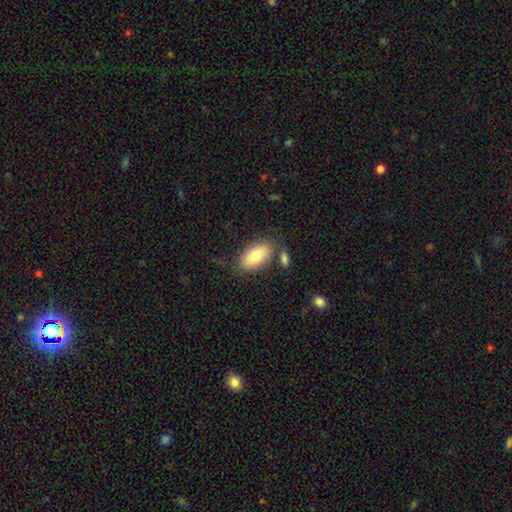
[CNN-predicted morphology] A smooth galaxy with no disk features (81%) that is in between round and cigar-shaped (92%). Merging: none (74%).